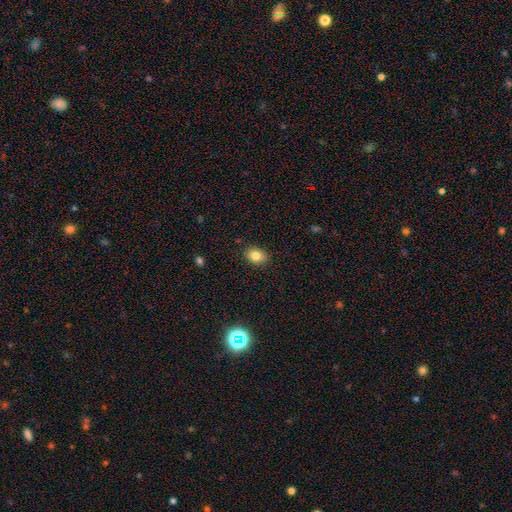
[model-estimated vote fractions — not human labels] Q: Smooth or featured?
A: smooth (83%); runner-up: star or artifact (10%)
Q: How rounded?
A: in between (63%); runner-up: round (36%)
Q: Merging?
A: none (87%); runner-up: minor disturbance (9%)